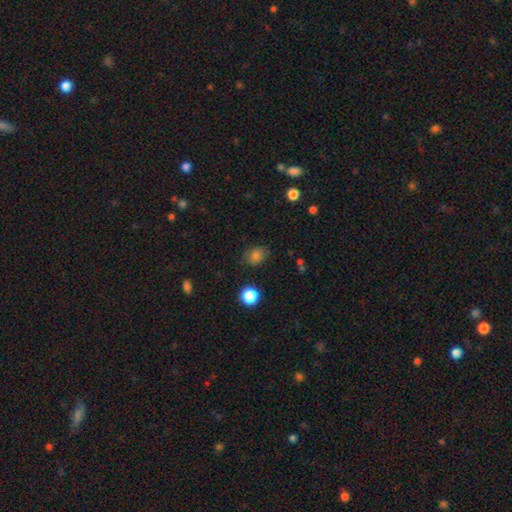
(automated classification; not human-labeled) A smooth galaxy with no disk features (81%) that is in between round and cigar-shaped (54%).

Vote fractions:
- Smooth or featured? smooth: 81% / star or artifact: 14% / featured or disk: 5%
- How rounded? in between: 54% / round: 45% / cigar-shaped: 1%
- Merging? none: 79% / minor disturbance: 15% / major disturbance: 4% / merger: 2%